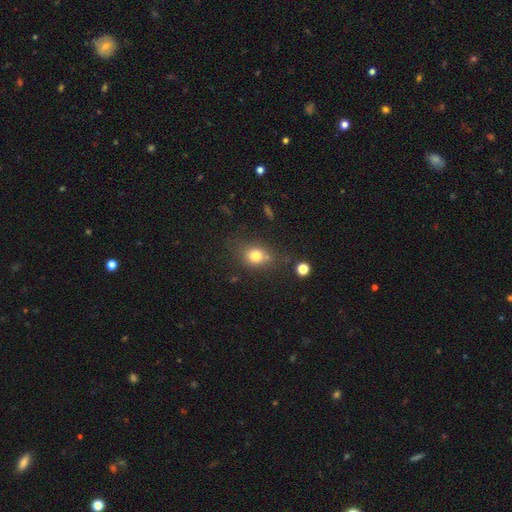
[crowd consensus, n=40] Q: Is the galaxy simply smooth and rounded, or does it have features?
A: smooth — 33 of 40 (82%).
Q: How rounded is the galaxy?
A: round — 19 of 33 (58%).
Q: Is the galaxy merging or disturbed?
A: none — 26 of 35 (74%).